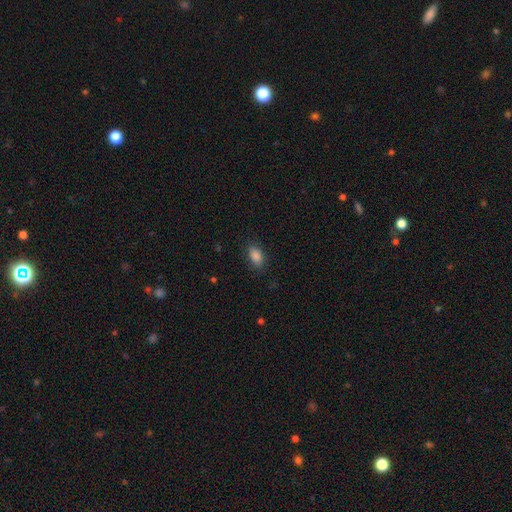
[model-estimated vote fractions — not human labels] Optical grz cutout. It shows a smooth galaxy with no disk features (87%) that is in between round and cigar-shaped (90%). Merging: none (84%).